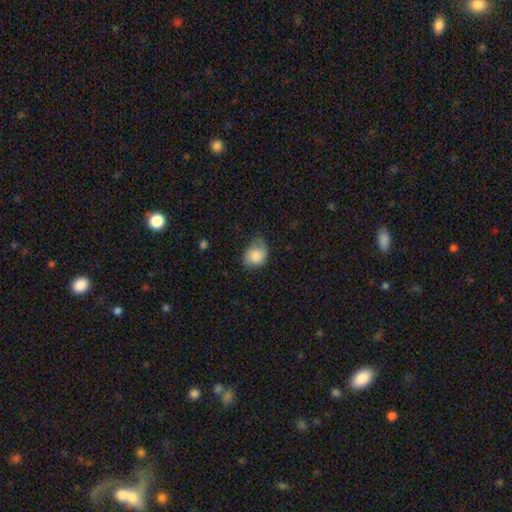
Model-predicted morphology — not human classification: smooth 83%, featured or disk 10%, star or artifact 7%. Down the decision tree: how rounded — in between (50%); merging — none (49%).